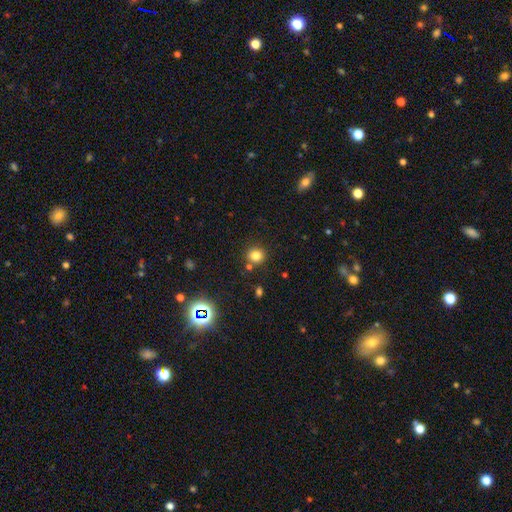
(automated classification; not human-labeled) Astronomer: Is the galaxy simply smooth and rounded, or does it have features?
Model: smooth — 79%.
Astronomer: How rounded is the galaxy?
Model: round — 89%.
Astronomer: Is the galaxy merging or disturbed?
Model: none — 82%.